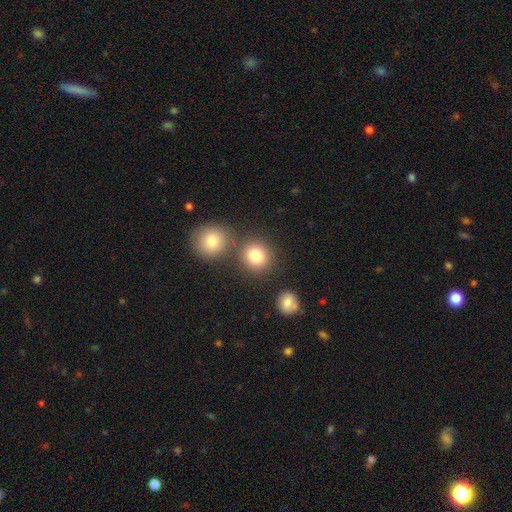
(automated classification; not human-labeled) This is clearly a smooth galaxy (82%). How rounded: clearly round (87%). Merging: likely none (75%).